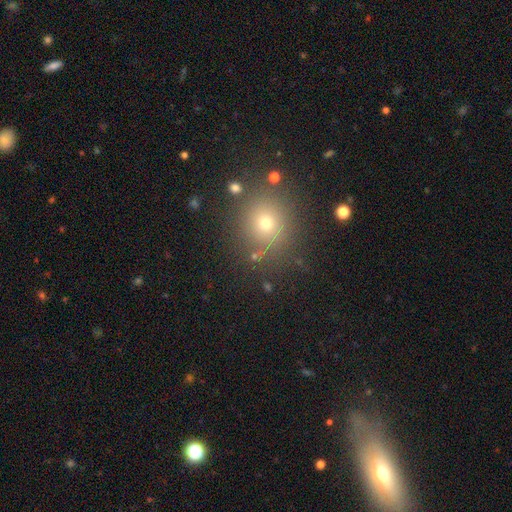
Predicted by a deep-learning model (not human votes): Morphology: type=smooth (63%); roundness=round (87%); merging=none (82%).